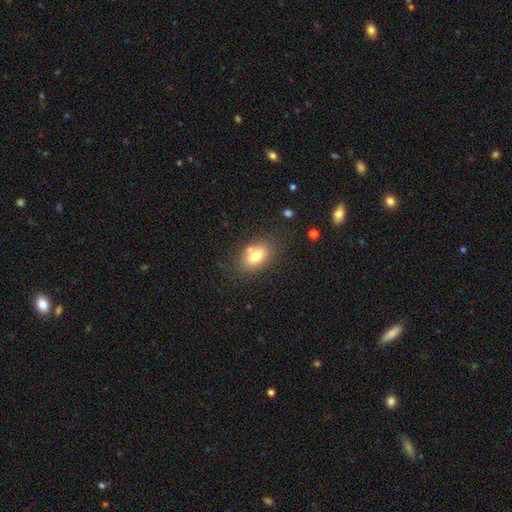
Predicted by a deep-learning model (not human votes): Smooth or featured: smooth — 77% (featured or disk — 13%)
How rounded: in between — 81% (round — 17%)
Merging: none — 72% (minor disturbance — 15%)